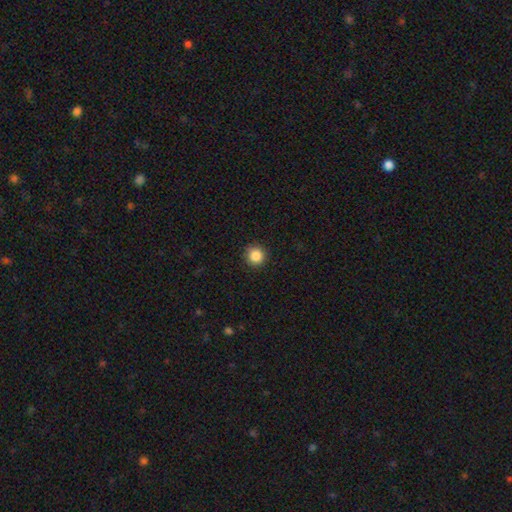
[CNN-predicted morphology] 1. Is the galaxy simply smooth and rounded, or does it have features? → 86% smooth, 10% star or artifact, 3% featured or disk.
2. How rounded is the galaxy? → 95% round, 4% in between, 1% cigar-shaped.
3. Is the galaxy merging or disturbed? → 91% none, 7% minor disturbance, 2% major disturbance, 1% merger.